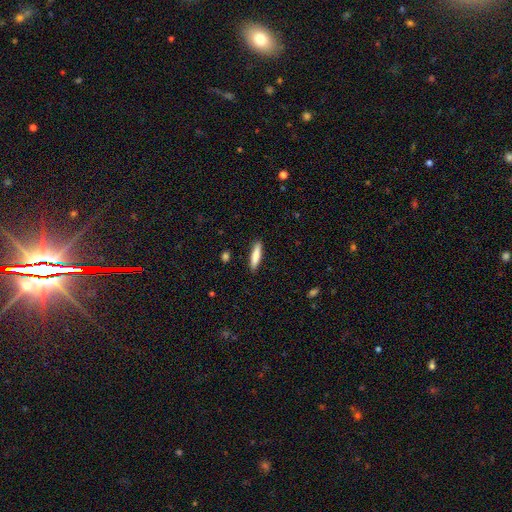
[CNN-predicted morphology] Smooth or featured? Predicted: smooth (p=0.82). How rounded? Predicted: cigar-shaped (p=0.82). Merging? Predicted: none (p=0.90).